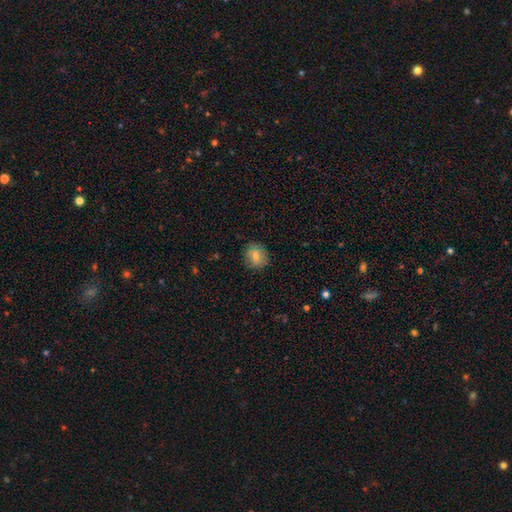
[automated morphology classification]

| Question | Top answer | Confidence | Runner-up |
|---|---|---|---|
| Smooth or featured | smooth | 72% | featured or disk (19%) |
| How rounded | round | 80% | in between (19%) |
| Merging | none | 81% | minor disturbance (14%) |